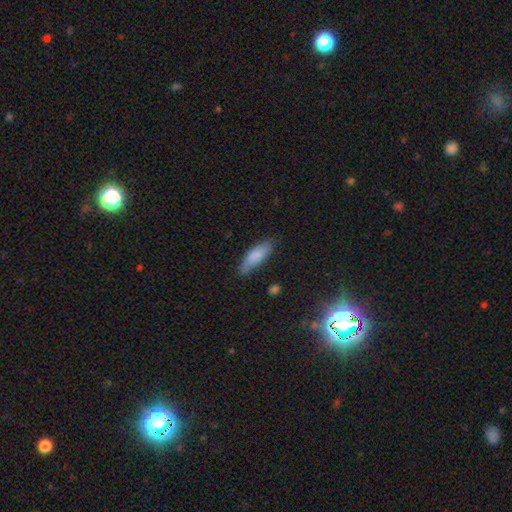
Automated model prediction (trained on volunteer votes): smooth_or_featured: smooth (p=0.82) [alt: featured or disk p=0.12]
how_rounded: in between (p=0.51) [alt: cigar-shaped p=0.47]
merging: none (p=0.74) [alt: minor disturbance p=0.20]